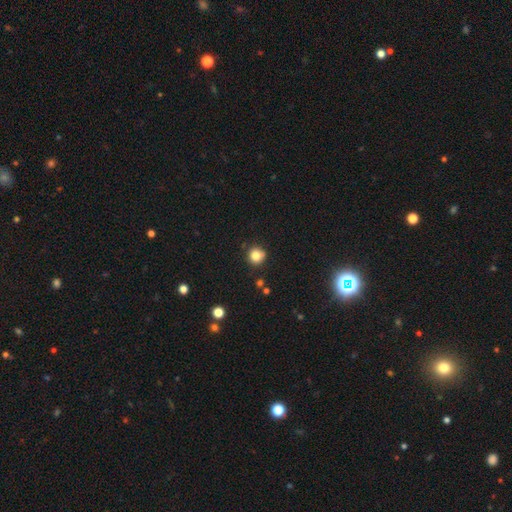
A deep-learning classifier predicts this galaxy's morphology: Smooth or featured: smooth — 81% (star or artifact — 12%)
How rounded: round — 92% (in between — 7%)
Merging: none — 83% (minor disturbance — 11%)